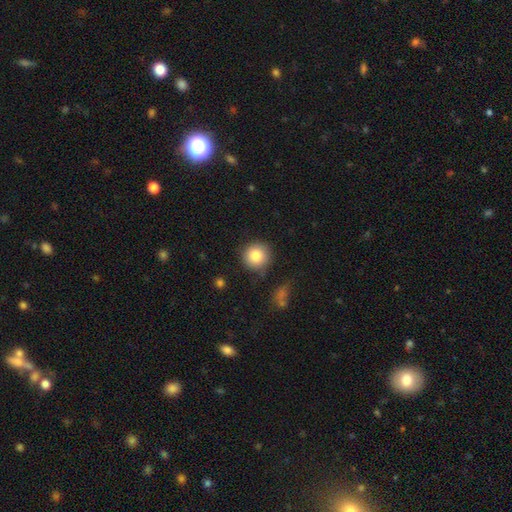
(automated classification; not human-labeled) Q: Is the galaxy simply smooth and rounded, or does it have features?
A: smooth — 84%.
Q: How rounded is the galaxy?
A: round — 93%.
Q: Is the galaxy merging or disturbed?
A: none — 81%.